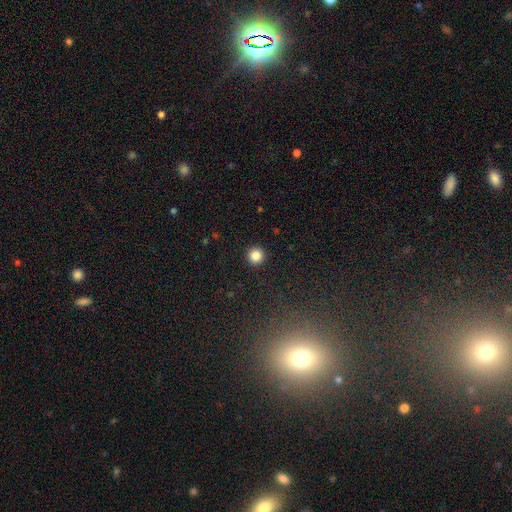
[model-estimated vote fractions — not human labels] Smooth or featured?
  - smooth: 85% *
  - star or artifact: 11%
  - featured or disk: 4%
How rounded?
  - round: 96% *
  - in between: 3%
  - cigar-shaped: 1%
Merging?
  - none: 94% *
  - minor disturbance: 4%
  - major disturbance: 2%
  - merger: 1%